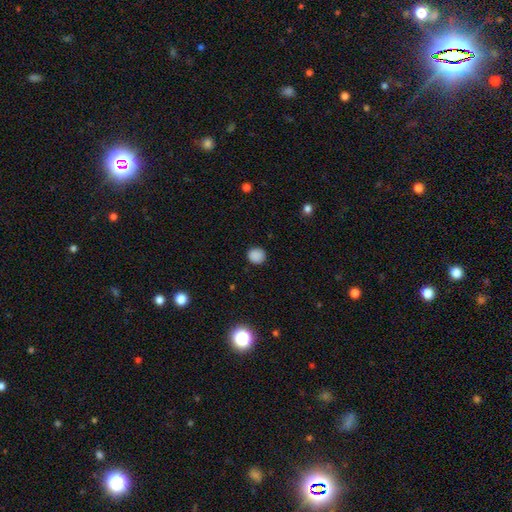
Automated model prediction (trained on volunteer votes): Overall: smooth (87%). How rounded: round (92%). Merging: none (90%).